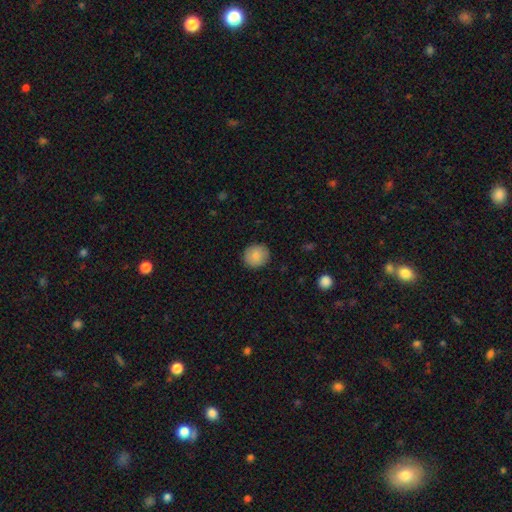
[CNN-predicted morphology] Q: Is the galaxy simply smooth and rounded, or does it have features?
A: smooth — 86%.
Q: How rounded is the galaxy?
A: round — 88%.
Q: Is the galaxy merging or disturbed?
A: none — 90%.